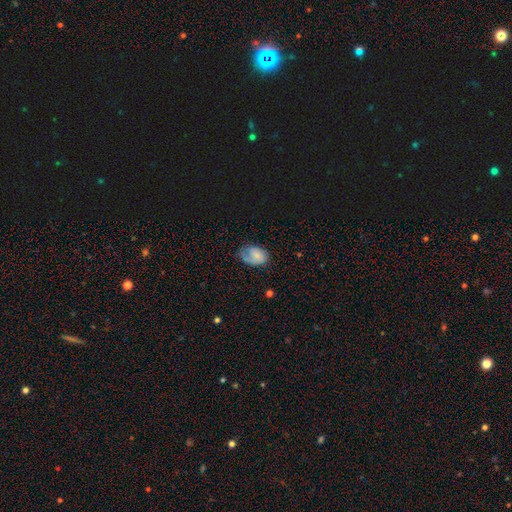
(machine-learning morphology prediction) This is likely a smooth galaxy (62%). How rounded: likely in between (80%). Merging: possibly none (45%).